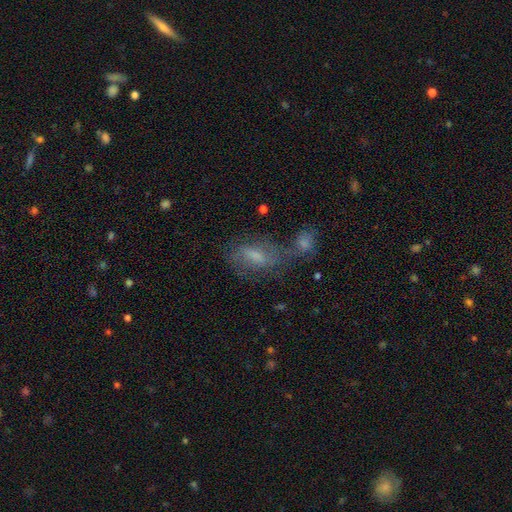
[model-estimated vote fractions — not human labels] This is possibly a featured or disk galaxy (47%). Merging: possibly none (47%).